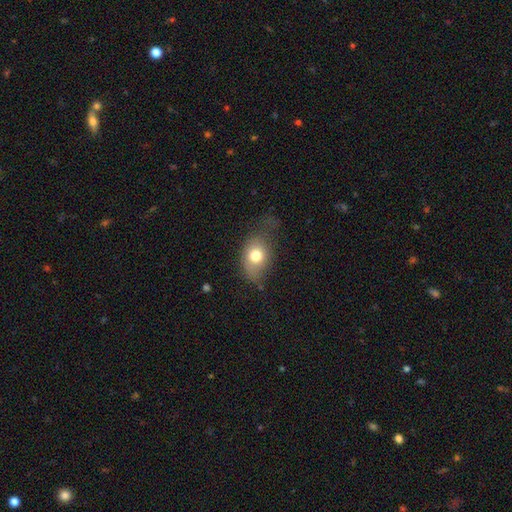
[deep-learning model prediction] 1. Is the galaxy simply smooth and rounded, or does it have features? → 74% smooth, 16% featured or disk, 10% star or artifact.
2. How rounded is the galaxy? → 71% in between, 28% round, 2% cigar-shaped.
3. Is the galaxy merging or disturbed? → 47% none, 32% minor disturbance, 19% major disturbance, 2% merger.